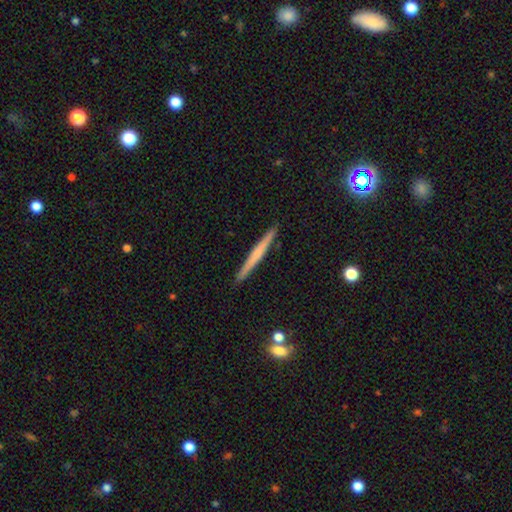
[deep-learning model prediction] featured or disk 49%, smooth 45%, star or artifact 6%. Down the decision tree: merging — none (91%).